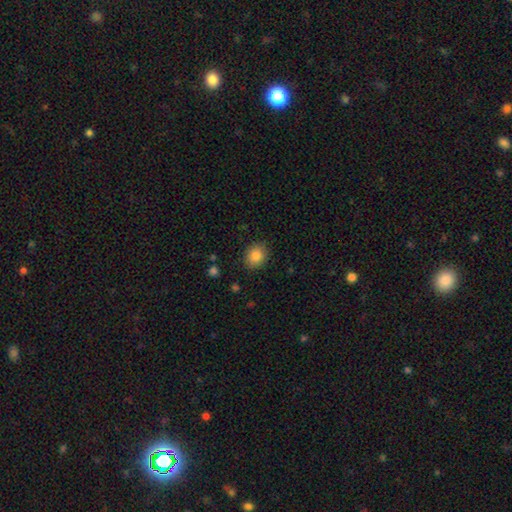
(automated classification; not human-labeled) Overall: smooth (85%). How rounded: round (60%; in between 39%). Merging: none (88%).